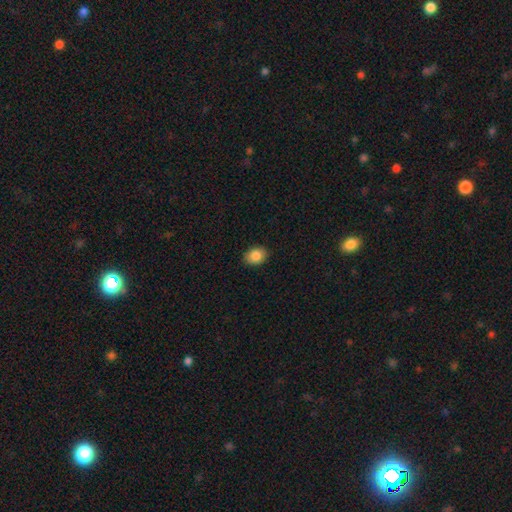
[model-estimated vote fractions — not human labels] Smooth or featured: smooth — 86% (star or artifact — 8%)
How rounded: in between — 60% (round — 39%)
Merging: none — 87% (minor disturbance — 10%)